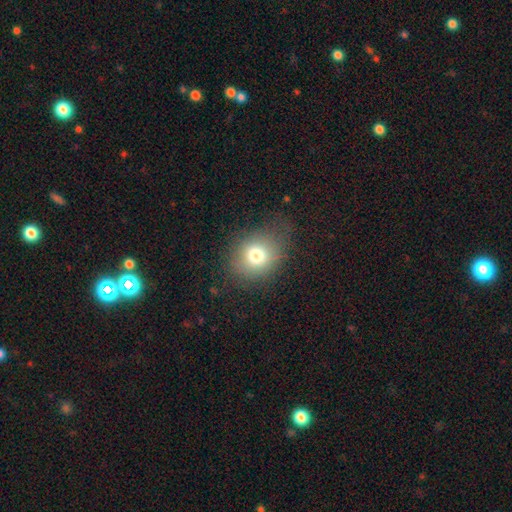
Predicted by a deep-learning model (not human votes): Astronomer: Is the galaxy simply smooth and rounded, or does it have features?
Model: smooth — 74%.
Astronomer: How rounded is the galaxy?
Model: round — 64%.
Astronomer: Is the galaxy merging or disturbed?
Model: none — 74%.